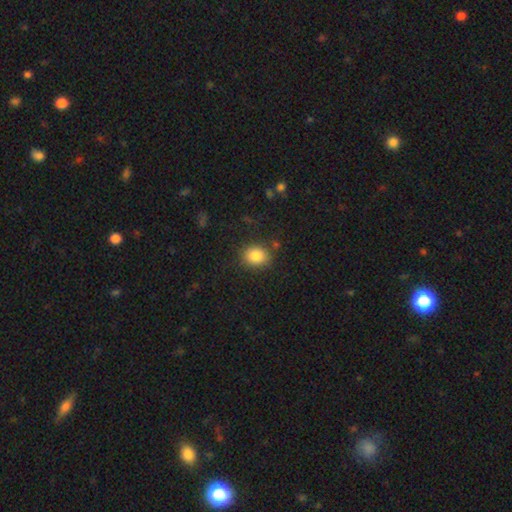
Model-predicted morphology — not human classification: type=smooth (84%); roundness=round (56%); merging=none (83%).